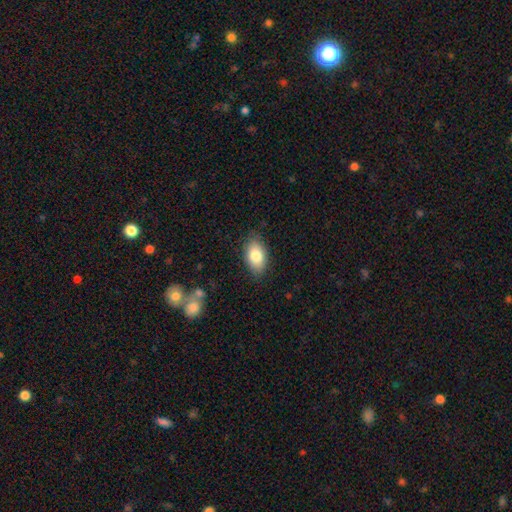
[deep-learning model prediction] A smooth galaxy with no disk features (82%) that is in between round and cigar-shaped (92%). Merging: none (83%).